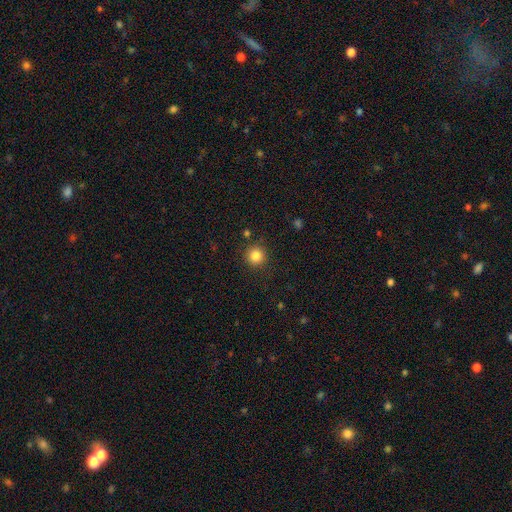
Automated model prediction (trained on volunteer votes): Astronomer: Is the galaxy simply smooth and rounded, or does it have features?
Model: smooth — 84%.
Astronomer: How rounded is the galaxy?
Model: round — 94%.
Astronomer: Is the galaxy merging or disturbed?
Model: none — 89%.